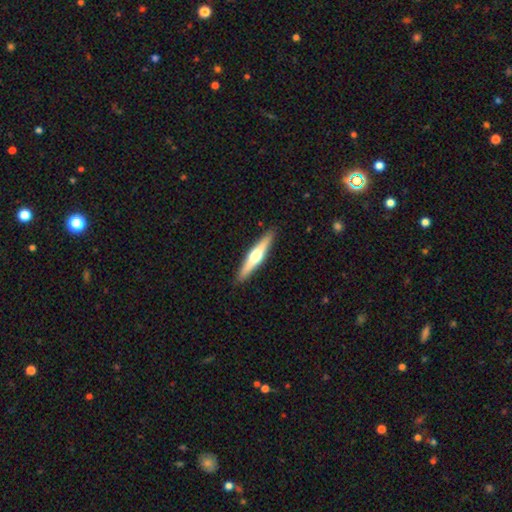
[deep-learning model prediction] This is likely a featured or disk galaxy (62%). It is clearly viewed edge-on (97%). Edge-on bulge: clearly rounded (94%). Merging: clearly none (91%).